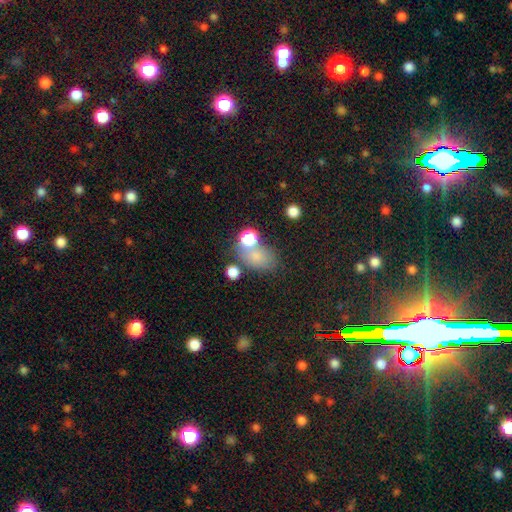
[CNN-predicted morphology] smooth 72%, star or artifact 16%, featured or disk 12%. Down the decision tree: how rounded — in between (71%); merging — none (49%).